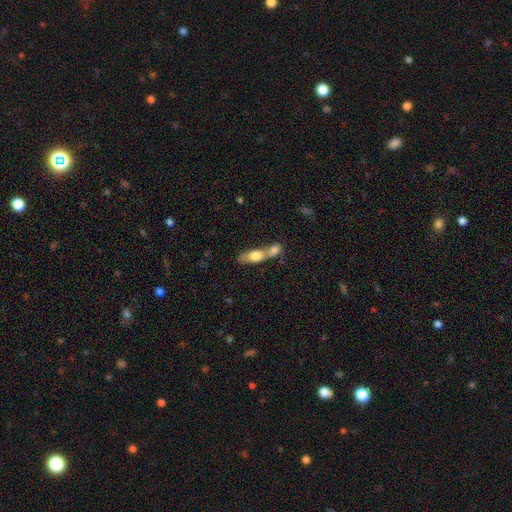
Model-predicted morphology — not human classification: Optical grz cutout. It shows a smooth galaxy with no disk features (67%) that is in between round and cigar-shaped (59%). Merging: merger (71%).